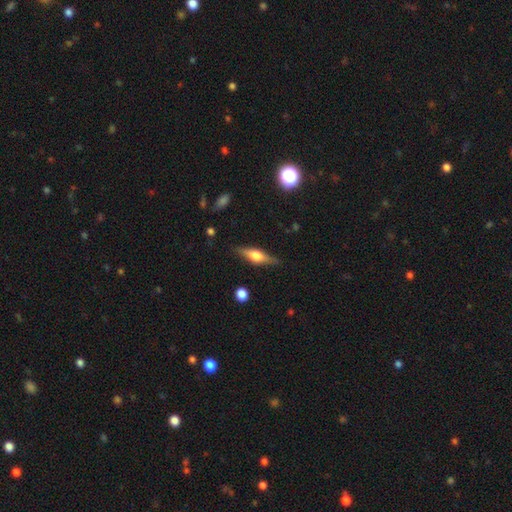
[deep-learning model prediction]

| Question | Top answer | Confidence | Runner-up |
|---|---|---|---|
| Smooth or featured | featured or disk | 61% | smooth (33%) |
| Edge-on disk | yes | 95% | no (5%) |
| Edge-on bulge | rounded | 91% | boxy (7%) |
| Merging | none | 86% | minor disturbance (11%) |